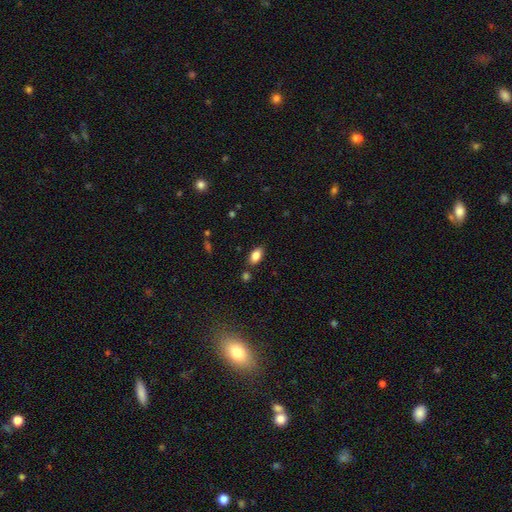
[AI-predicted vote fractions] Smooth or featured? smooth (84%)
How rounded? in between (91%)
Merging? none (80%)